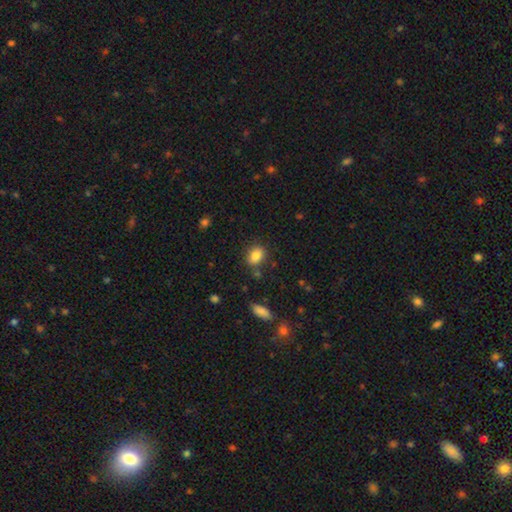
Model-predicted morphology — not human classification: This is clearly a smooth galaxy (84%). How rounded: likely in between (63%). Merging: likely none (79%).